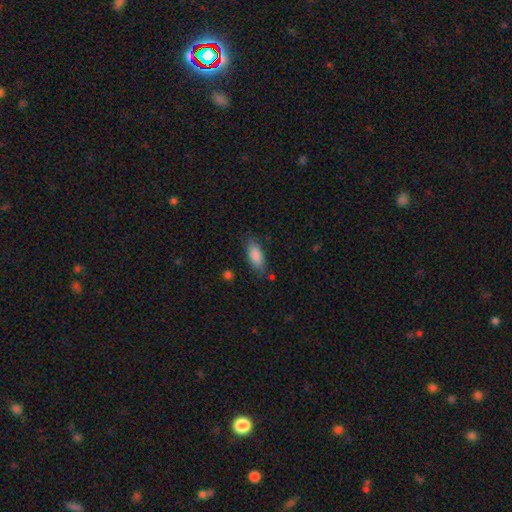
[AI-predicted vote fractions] The model was most divided on "merging": none: 76%, minor disturbance: 17%, major disturbance: 4%, merger: 3%. More confident: smooth or featured — smooth (86%); how rounded — in between (81%).